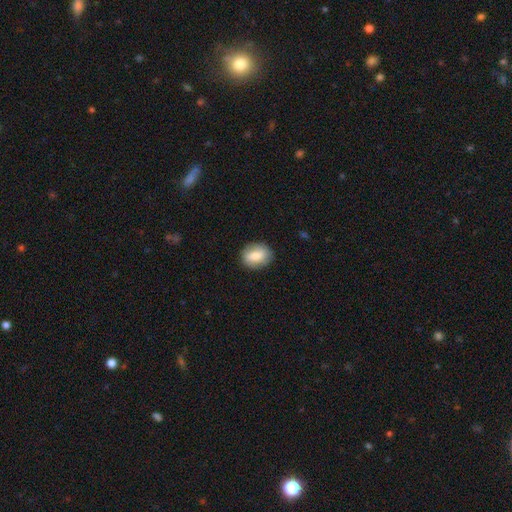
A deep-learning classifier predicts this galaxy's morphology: This appears to be a smooth galaxy with no disk features (76%) that is in between round and cigar-shaped (58%). Merging: none (85%).